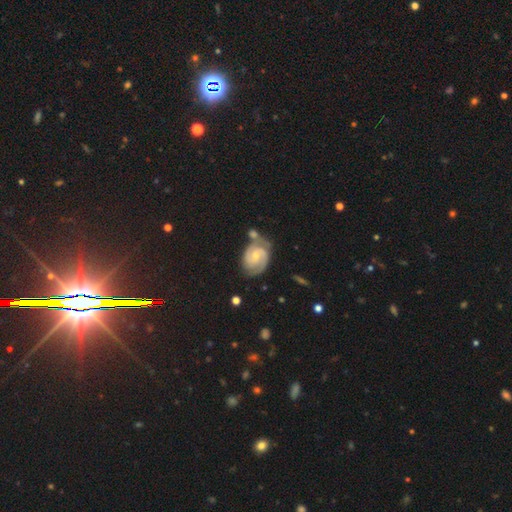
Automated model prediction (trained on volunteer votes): Q: Smooth or featured?
A: featured or disk (84%); runner-up: smooth (11%)
Q: Edge-on disk?
A: no (98%); runner-up: yes (2%)
Q: Bar?
A: no (58%); runner-up: weak (35%)
Q: Spiral arms?
A: yes (96%); runner-up: no (4%)
Q: Spiral winding?
A: tight (53%); runner-up: medium (39%)
Q: Spiral arm count?
A: 2 (79%); runner-up: can't tell (8%)
Q: Bulge size?
A: small (57%); runner-up: moderate (38%)
Q: Merging?
A: none (54%); runner-up: minor disturbance (21%)